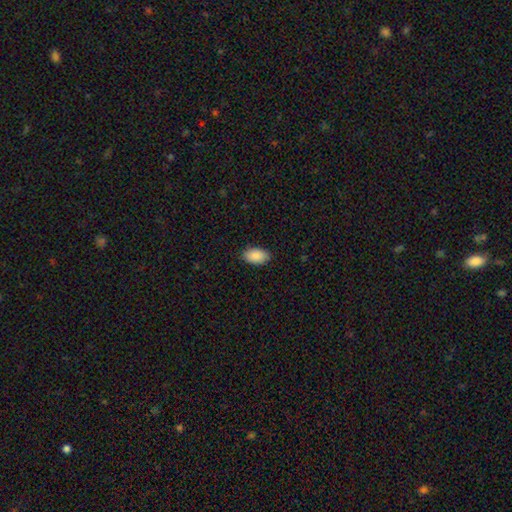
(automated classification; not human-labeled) This is clearly a smooth galaxy (89%). How rounded: clearly in between (94%). Merging: clearly none (86%).